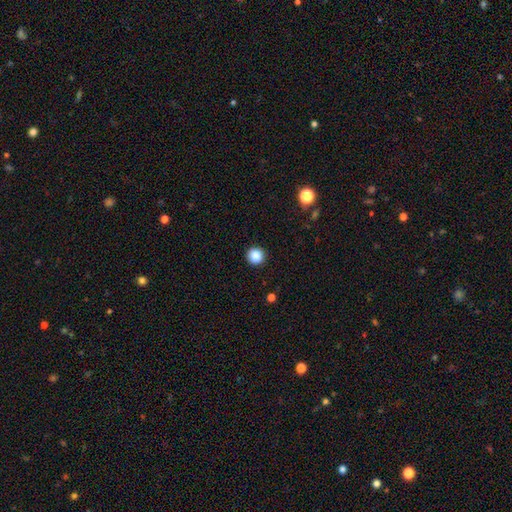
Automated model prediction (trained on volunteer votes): This is clearly a smooth galaxy (86%). How rounded: clearly round (93%). Merging: clearly none (92%).